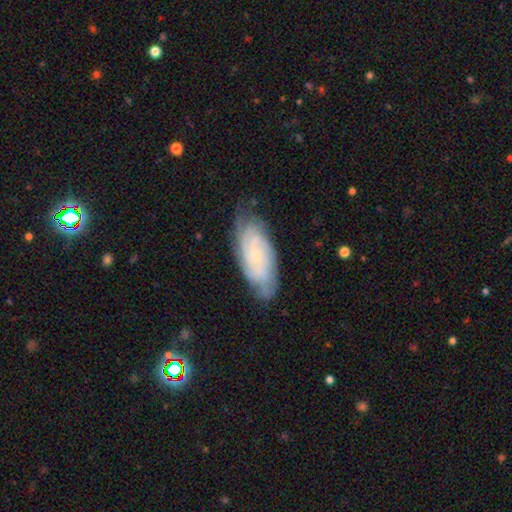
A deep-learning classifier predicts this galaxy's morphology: This is likely a featured or disk galaxy (71%). It is clearly not viewed edge-on (91%). Bar: likely no (76%). Spiral arm pattern: clearly yes (92%). Spiral arm count: possibly can't tell (46%). Spiral winding: likely tight (69%). Central bulge: likely small (80%). Merging: likely none (72%).